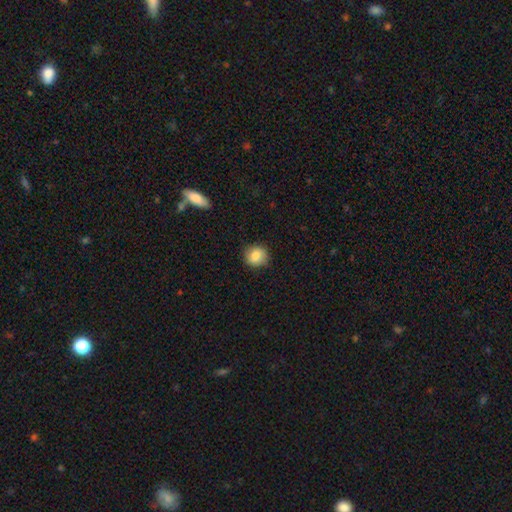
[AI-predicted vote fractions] Q: Smooth or featured?
A: smooth (83%); runner-up: star or artifact (9%)
Q: How rounded?
A: round (83%); runner-up: in between (16%)
Q: Merging?
A: none (86%); runner-up: minor disturbance (11%)